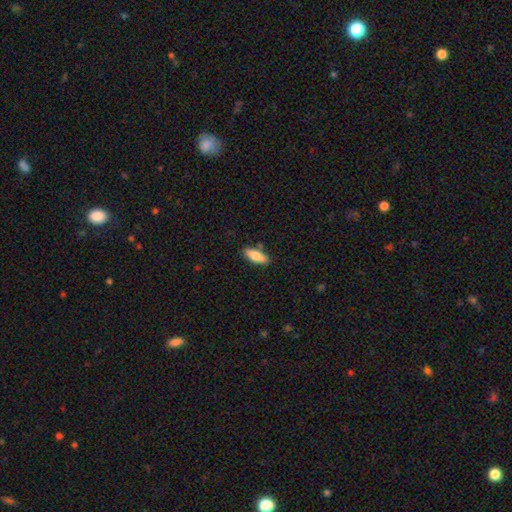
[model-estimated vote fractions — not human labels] Smooth or featured: smooth — 79% (featured or disk — 15%)
How rounded: in between — 59% (cigar-shaped — 38%)
Merging: none — 82% (minor disturbance — 12%)